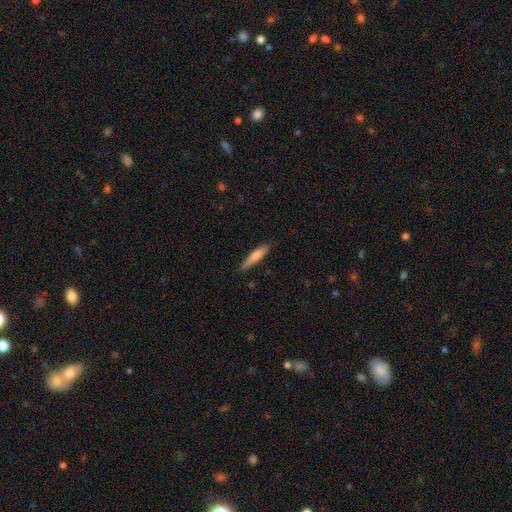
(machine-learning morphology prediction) Smooth or featured? Predicted: smooth (p=0.70). How rounded? Predicted: cigar-shaped (p=0.87). Merging? Predicted: none (p=0.86).